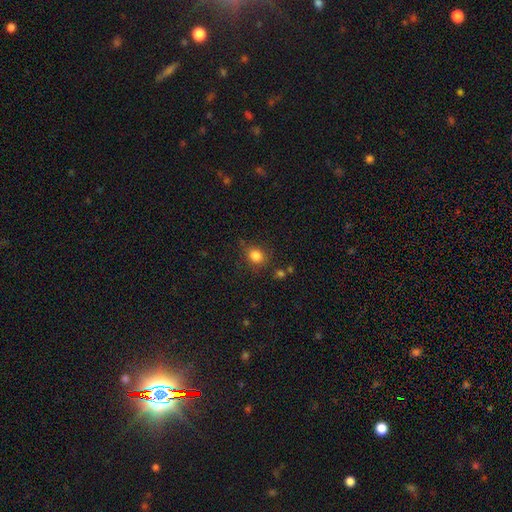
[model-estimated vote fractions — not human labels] A smooth galaxy with no disk features (83%) that is round (59%).

Vote fractions:
- Smooth or featured? smooth: 83% / star or artifact: 12% / featured or disk: 5%
- How rounded? round: 59% / in between: 40% / cigar-shaped: 1%
- Merging? none: 76% / minor disturbance: 16% / major disturbance: 5% / merger: 3%